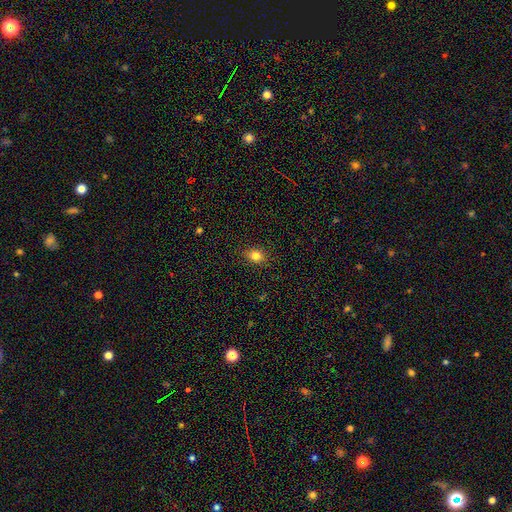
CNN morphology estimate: The model was most divided on "how rounded": round: 52%, in between: 47%, cigar-shaped: 1%. More confident: merging — none (87%); smooth or featured — smooth (82%).